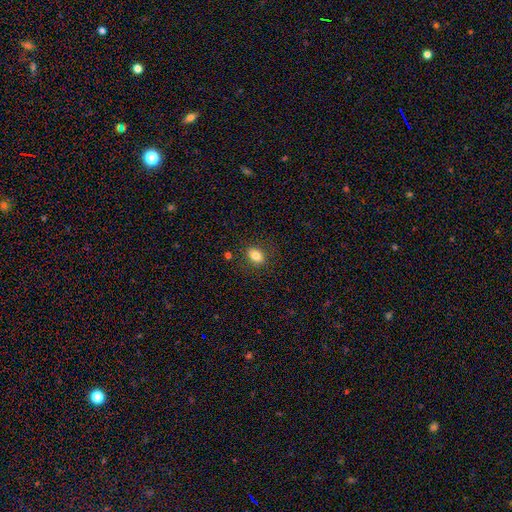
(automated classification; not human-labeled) Smooth or featured?
  - smooth: 82% *
  - star or artifact: 10%
  - featured or disk: 8%
How rounded?
  - in between: 71% *
  - round: 28%
  - cigar-shaped: 1%
Merging?
  - none: 84% *
  - minor disturbance: 11%
  - major disturbance: 4%
  - merger: 2%